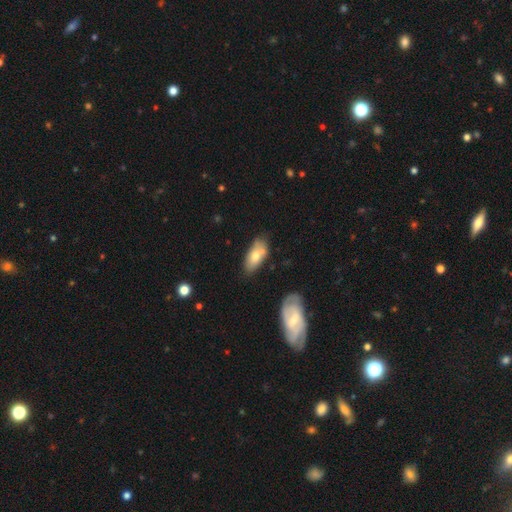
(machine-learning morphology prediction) smooth_or_featured: smooth (p=0.67) [alt: featured or disk p=0.26]
how_rounded: in between (p=0.89) [alt: cigar-shaped p=0.08]
merging: none (p=0.55) [alt: minor disturbance p=0.26]